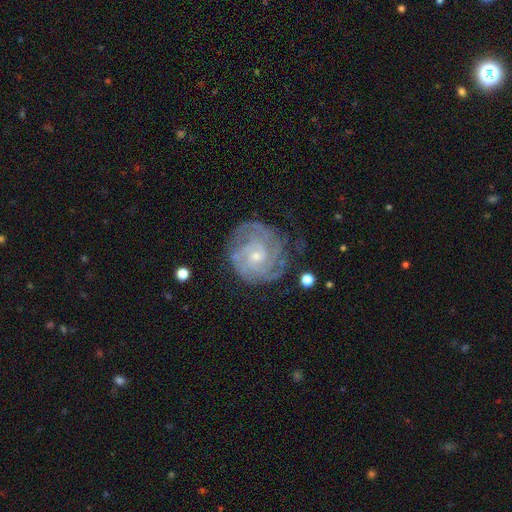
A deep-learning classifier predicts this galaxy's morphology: featured or disk 87%, smooth 8%, star or artifact 6%. Down the decision tree: edge-on disk — no (98%); bar — no (72%); spiral arms — yes (97%); spiral arm count — can't tell (26%); spiral winding — tight (75%); bulge size — small (72%); merging — none (70%).